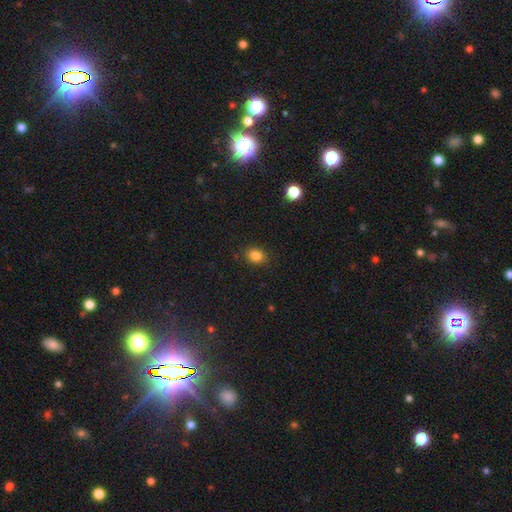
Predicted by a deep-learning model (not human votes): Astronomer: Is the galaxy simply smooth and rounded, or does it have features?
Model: smooth — 84%.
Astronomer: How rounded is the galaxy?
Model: in between — 55% (runner-up: round, 44%).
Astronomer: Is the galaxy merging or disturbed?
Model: none — 87%.